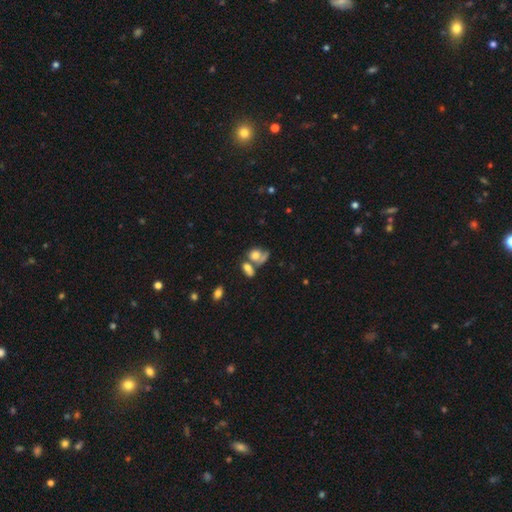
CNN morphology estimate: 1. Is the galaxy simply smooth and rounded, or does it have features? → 63% smooth, 25% featured or disk, 11% star or artifact.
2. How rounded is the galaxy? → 50% in between, 48% round, 2% cigar-shaped.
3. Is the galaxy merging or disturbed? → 50% merger, 24% none, 15% major disturbance, 12% minor disturbance.